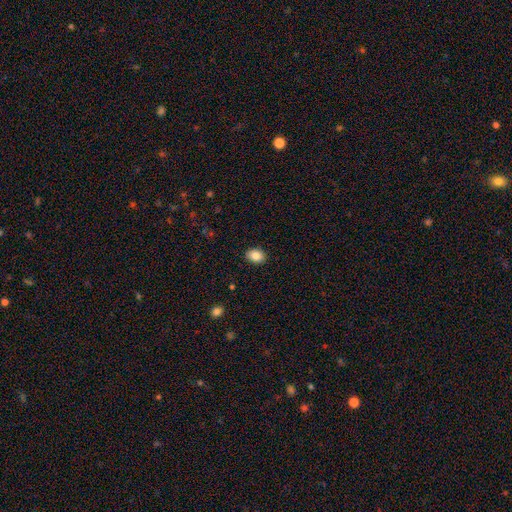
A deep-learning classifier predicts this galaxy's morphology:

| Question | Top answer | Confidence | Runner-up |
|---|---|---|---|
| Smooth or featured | smooth | 85% | star or artifact (9%) |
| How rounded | in between | 65% | round (34%) |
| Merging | none | 90% | minor disturbance (8%) |